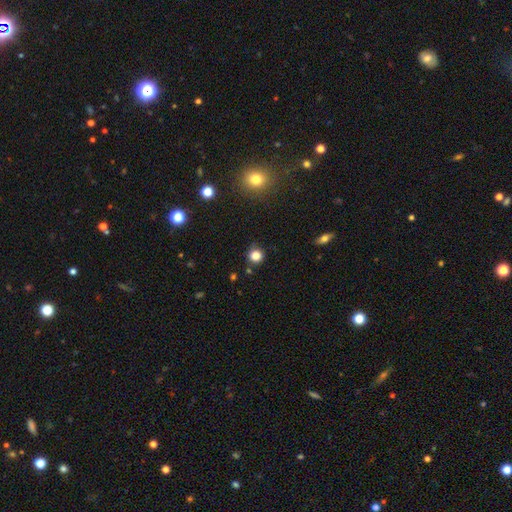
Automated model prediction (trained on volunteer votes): This is clearly a smooth galaxy (82%). How rounded: clearly round (91%). Merging: clearly none (81%).